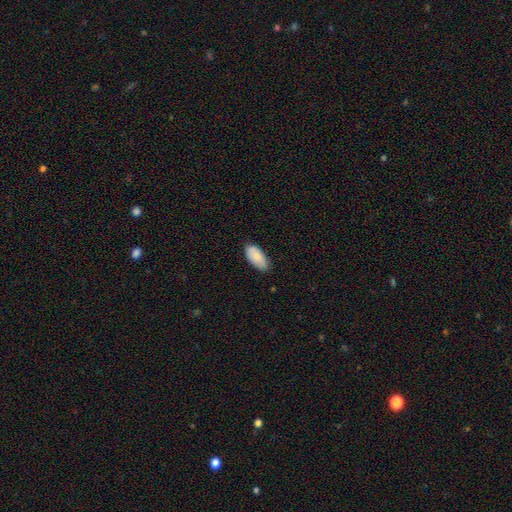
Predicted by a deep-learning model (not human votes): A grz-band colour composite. It shows a smooth galaxy with no disk features (82%) that is in between round and cigar-shaped (94%). Merging: none (77%).